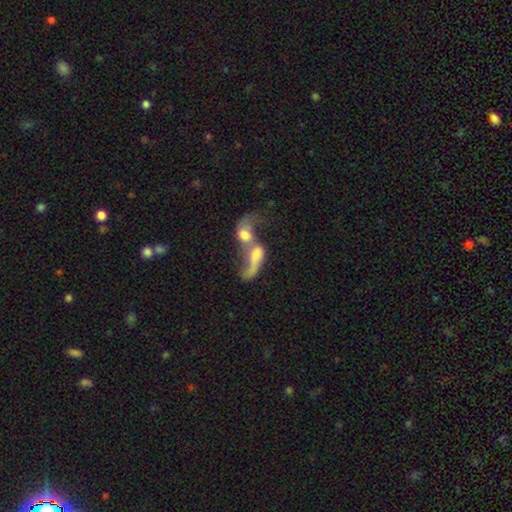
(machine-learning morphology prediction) smooth_or_featured: smooth (p=0.47) [alt: featured or disk p=0.43]
merging: merger (p=0.81) [alt: major disturbance p=0.10]